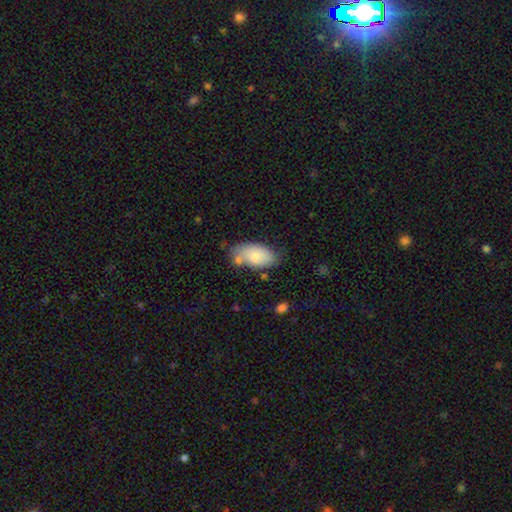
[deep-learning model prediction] smooth_or_featured: smooth (p=0.79) [alt: featured or disk p=0.14]
how_rounded: in between (p=0.94) [alt: round p=0.03]
merging: none (p=0.54) [alt: minor disturbance p=0.26]